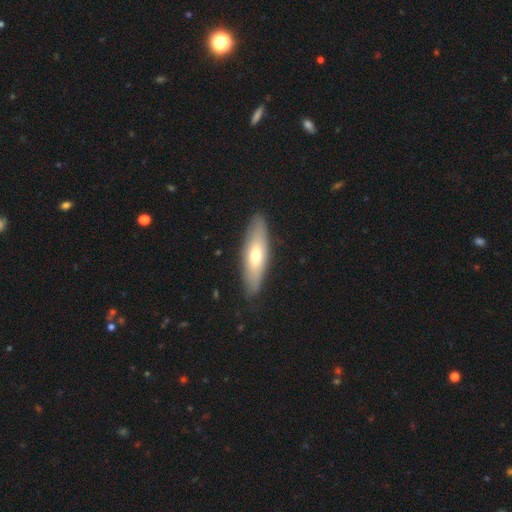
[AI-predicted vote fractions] Smooth or featured?
  - smooth: 56% *
  - featured or disk: 38%
  - star or artifact: 6%
How rounded?
  - cigar-shaped: 56% *
  - in between: 42%
  - round: 2%
Merging?
  - none: 88% *
  - minor disturbance: 9%
  - major disturbance: 2%
  - merger: 1%